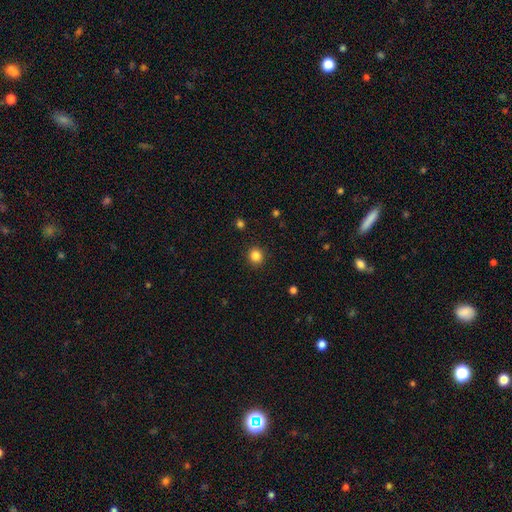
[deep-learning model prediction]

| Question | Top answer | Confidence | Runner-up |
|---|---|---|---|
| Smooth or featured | smooth | 85% | star or artifact (12%) |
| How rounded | round | 88% | in between (11%) |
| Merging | none | 91% | minor disturbance (6%) |